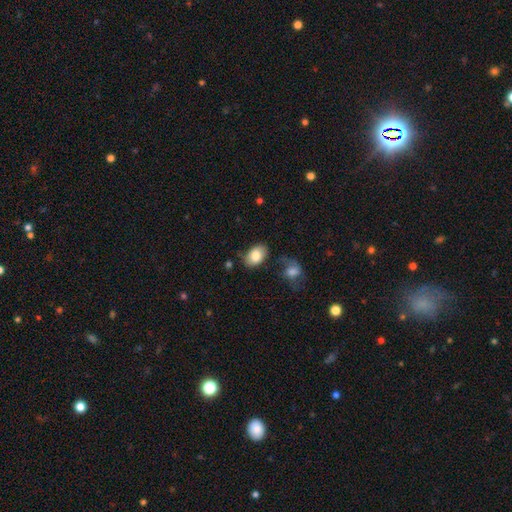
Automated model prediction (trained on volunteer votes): smooth 80%, featured or disk 13%, star or artifact 7%. Down the decision tree: how rounded — in between (86%); merging — none (66%).